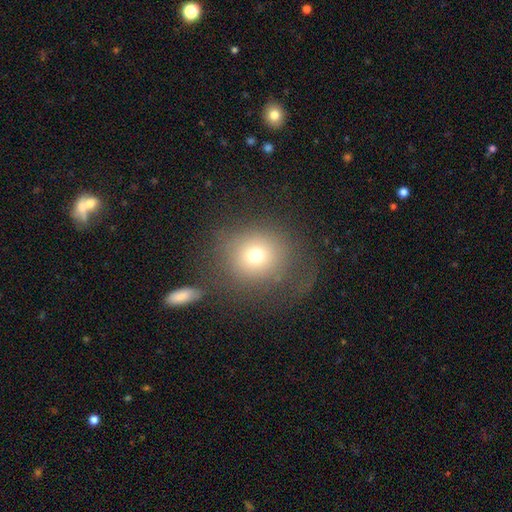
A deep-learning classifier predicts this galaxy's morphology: Smooth or featured?
  - smooth: 70% *
  - star or artifact: 15%
  - featured or disk: 15%
How rounded?
  - round: 88% *
  - in between: 11%
  - cigar-shaped: 1%
Merging?
  - none: 63% *
  - major disturbance: 16%
  - minor disturbance: 15%
  - merger: 5%